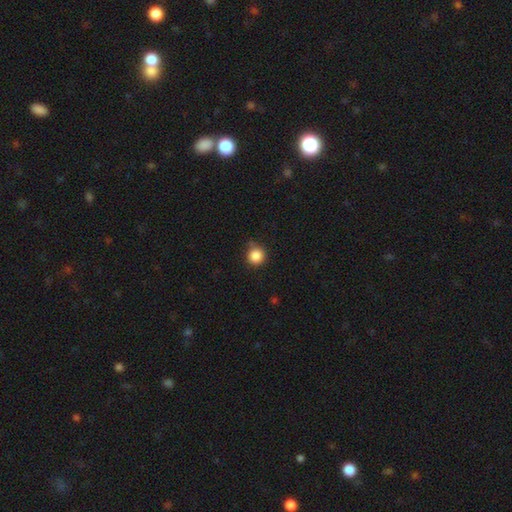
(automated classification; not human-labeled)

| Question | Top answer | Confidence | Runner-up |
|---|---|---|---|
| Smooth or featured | smooth | 86% | star or artifact (11%) |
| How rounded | round | 95% | in between (4%) |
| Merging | none | 82% | minor disturbance (13%) |